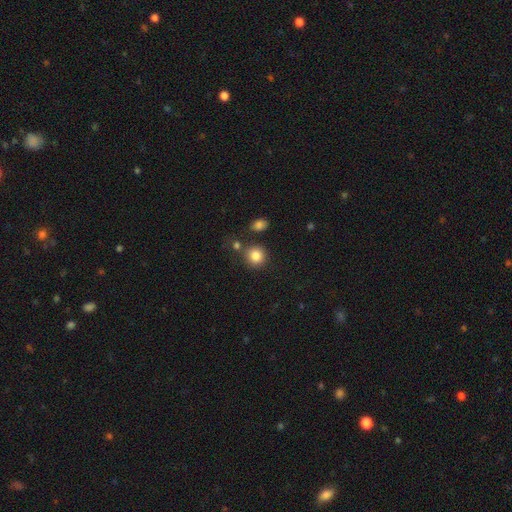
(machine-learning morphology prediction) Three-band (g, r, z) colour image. It shows a smooth galaxy with no disk features (84%) that is round (89%). Merging: none (78%).